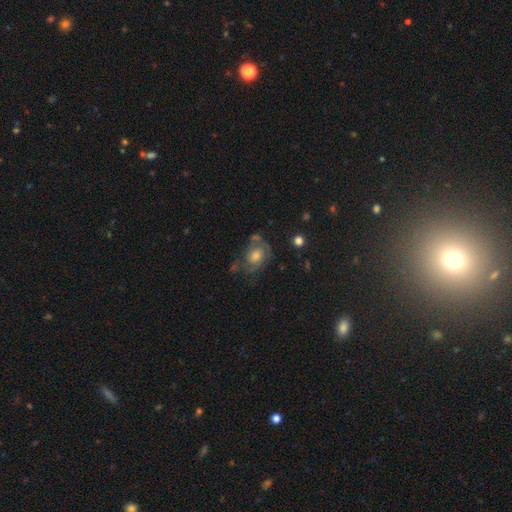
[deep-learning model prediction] smooth_or_featured: featured or disk (p=0.63) [alt: smooth p=0.24]
disk_edge_on: no (p=0.96) [alt: yes p=0.04]
bar: no (p=0.77) [alt: weak p=0.19]
has_spiral_arms: yes (p=0.80) [alt: no p=0.20]
bulge_size: moderate (p=0.60) [alt: small p=0.20]
merging: none (p=0.56) [alt: minor disturbance p=0.23]